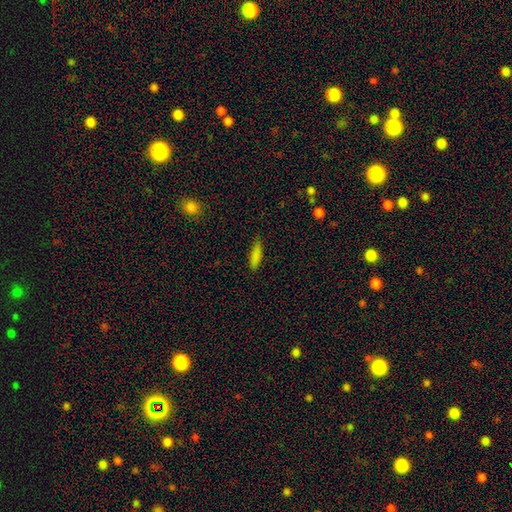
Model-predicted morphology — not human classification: type=smooth (84%); roundness=cigar-shaped (65%); merging=none (84%).